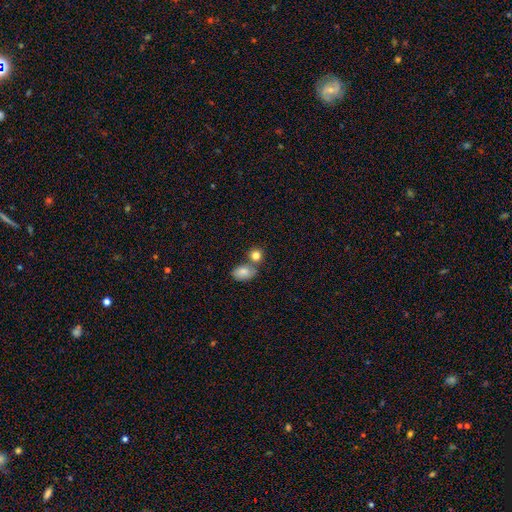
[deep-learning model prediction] Smooth or featured? Predicted: smooth (p=0.83). How rounded? Predicted: round (p=0.67). Merging? Predicted: none (p=0.51).